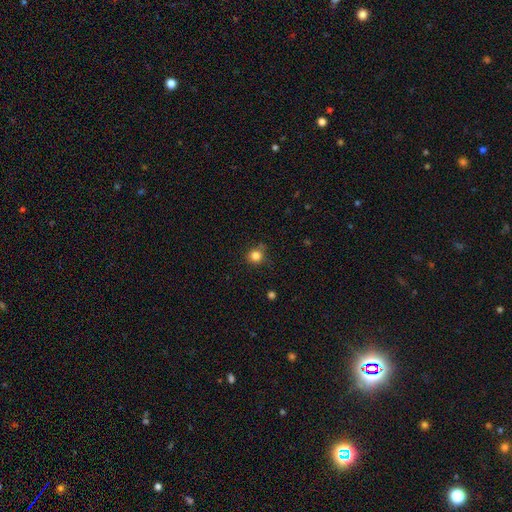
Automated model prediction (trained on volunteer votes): A smooth galaxy with no disk features (83%) that is round (90%).

Vote fractions:
- Smooth or featured? smooth: 83% / star or artifact: 13% / featured or disk: 5%
- How rounded? round: 90% / in between: 9% / cigar-shaped: 1%
- Merging? none: 77% / minor disturbance: 16% / major disturbance: 4% / merger: 3%